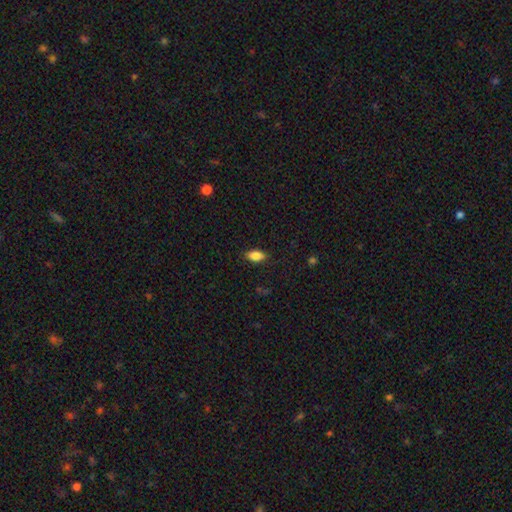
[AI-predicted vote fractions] smooth-or-featured: smooth: 85% | star or artifact: 8% | featured or disk: 7%
  how-rounded: in between: 89% | cigar-shaped: 7% | round: 4%
  merging: none: 85% | minor disturbance: 11% | major disturbance: 3% | merger: 1%